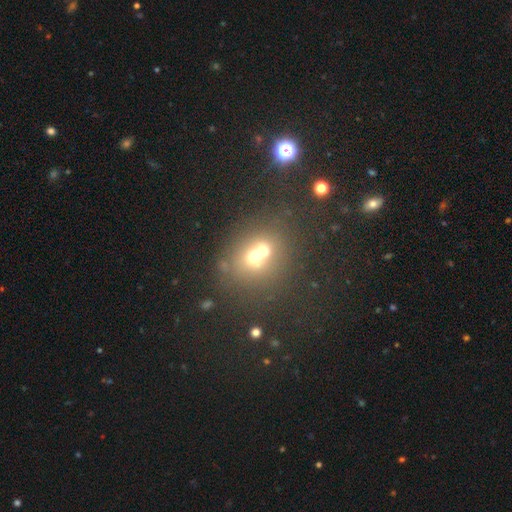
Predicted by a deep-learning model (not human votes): Overall: smooth (58%; featured or disk 23%). How rounded: round (74%). Merging: merger (55%; none 34%).